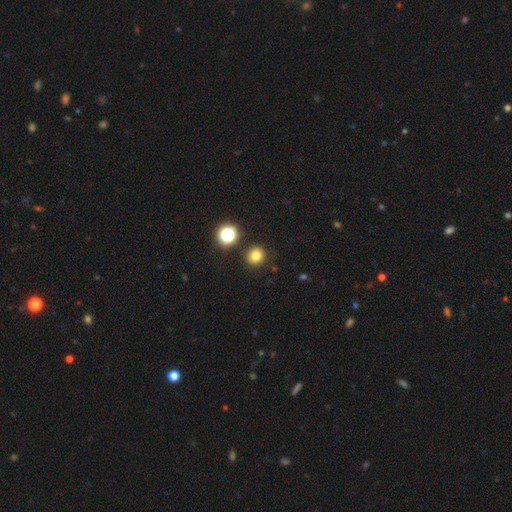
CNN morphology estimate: A smooth galaxy with no disk features (79%) that is round (87%). Merging: none (87%).